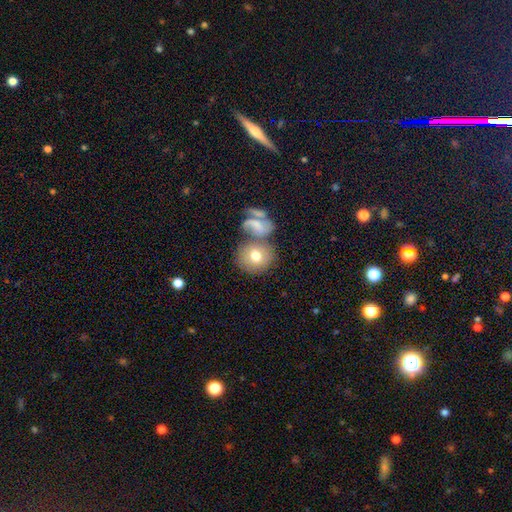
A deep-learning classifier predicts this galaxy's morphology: A smooth galaxy with no disk features (71%) that is round (73%). Merging: none (49%).